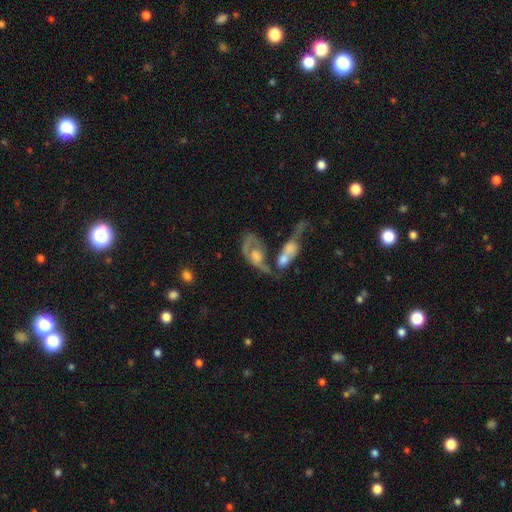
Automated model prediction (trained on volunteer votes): A featured or disk galaxy (61%) with no bar (81%), no spiral arms (50%, tied with yes) and a moderate central bulge (41%).

Vote fractions:
- Smooth or featured? featured or disk: 61% / smooth: 29% / star or artifact: 10%
- Edge-on disk? no: 88% / yes: 12%
- Bar? no: 81% / weak: 15% / strong: 4%
- Spiral arms? no: 50% (tied) / yes: 50% (tied)
- Bulge size? moderate: 41% / large: 24% / none: 16% / small: 15% / dominant: 4%
- Merging? merger: 58% / major disturbance: 18% / none: 15% / minor disturbance: 9%